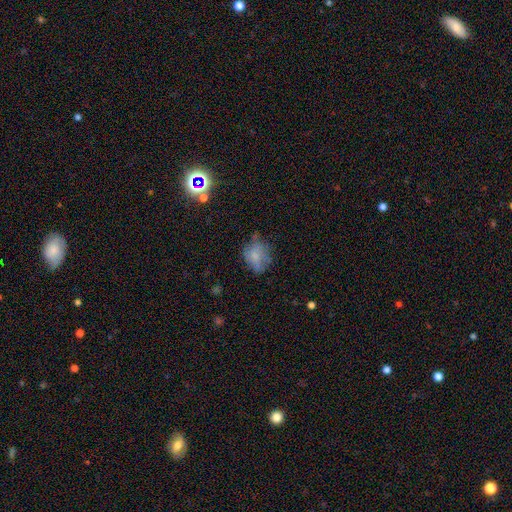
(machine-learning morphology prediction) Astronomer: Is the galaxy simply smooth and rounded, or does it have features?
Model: smooth — 68%.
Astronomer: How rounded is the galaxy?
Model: in between — 56% (runner-up: round, 43%).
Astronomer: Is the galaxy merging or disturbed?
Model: none — 52% (runner-up: minor disturbance, 30%).